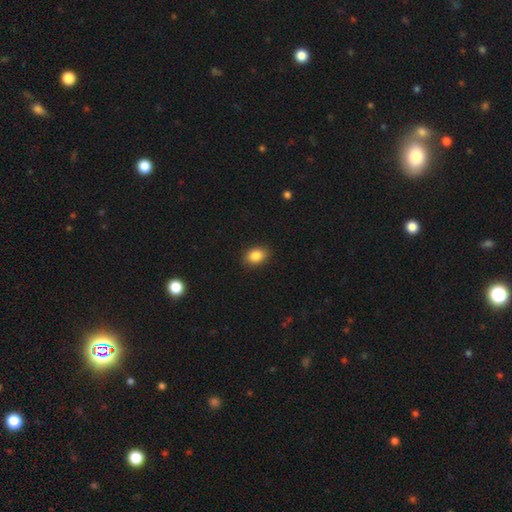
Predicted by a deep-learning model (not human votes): smooth-or-featured: smooth: 87% | star or artifact: 8% | featured or disk: 5%
  how-rounded: in between: 75% | round: 24% | cigar-shaped: 1%
  merging: none: 88% | minor disturbance: 9% | major disturbance: 2% | merger: 1%